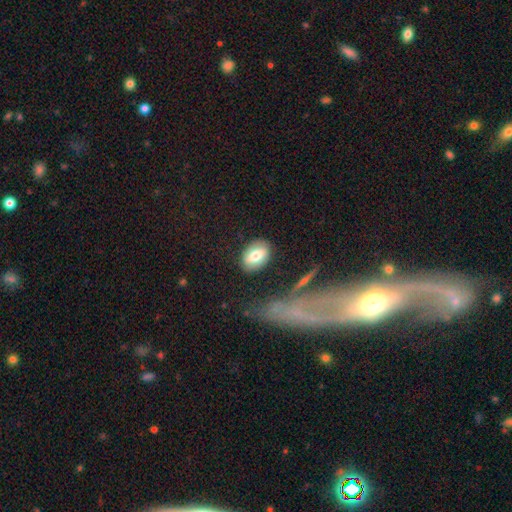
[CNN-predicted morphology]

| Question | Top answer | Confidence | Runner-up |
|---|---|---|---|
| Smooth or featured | smooth | 71% | featured or disk (20%) |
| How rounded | in between | 77% | round (21%) |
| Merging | none | 83% | minor disturbance (11%) |